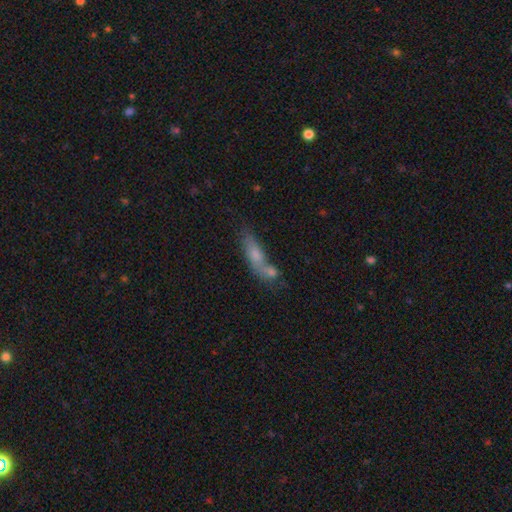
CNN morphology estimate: This is likely a smooth galaxy (63%). How rounded: possibly cigar-shaped (49%). Merging: possibly merger (46%).